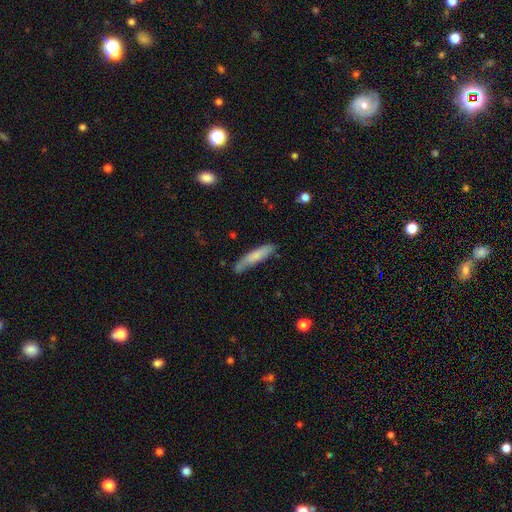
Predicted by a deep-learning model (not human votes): The model was most divided on "smooth or featured": smooth: 70%, featured or disk: 24%, star or artifact: 6%. More confident: how rounded — cigar-shaped (83%); merging — none (71%).